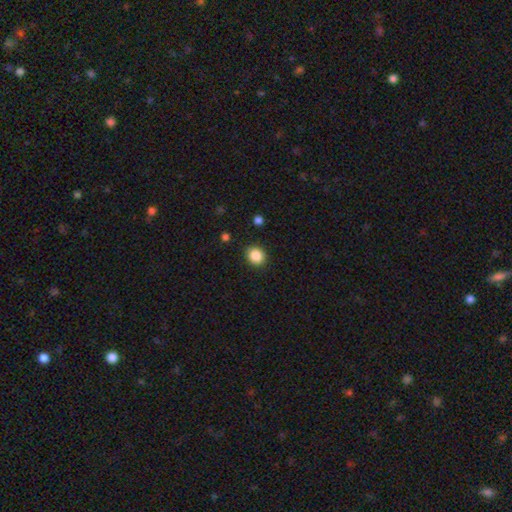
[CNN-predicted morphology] smooth 87%, star or artifact 10%, featured or disk 3%. Down the decision tree: how rounded — round (72%); merging — none (89%).